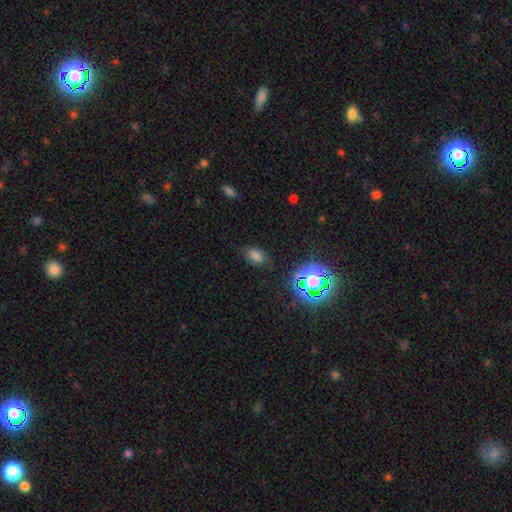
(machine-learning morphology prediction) The model was most divided on "smooth or featured": smooth: 67%, star or artifact: 25%, featured or disk: 8%. More confident: how rounded — in between (82%); merging — none (77%).